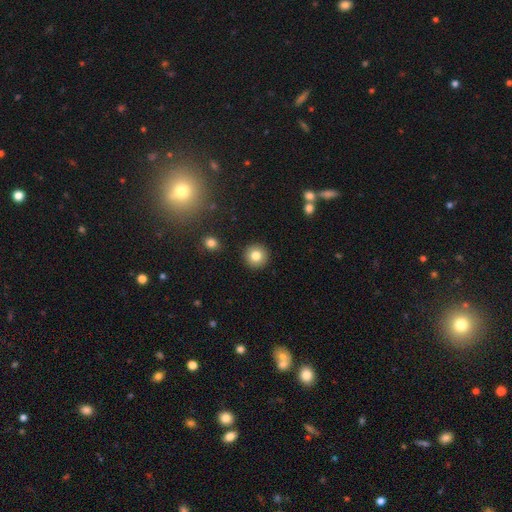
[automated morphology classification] A smooth galaxy with no disk features (81%) that is round (95%).

Vote fractions:
- Smooth or featured? smooth: 81% / star or artifact: 10% / featured or disk: 9%
- How rounded? round: 95% / in between: 4% / cigar-shaped: 1%
- Merging? none: 92% / minor disturbance: 5% / major disturbance: 2% / merger: 2%